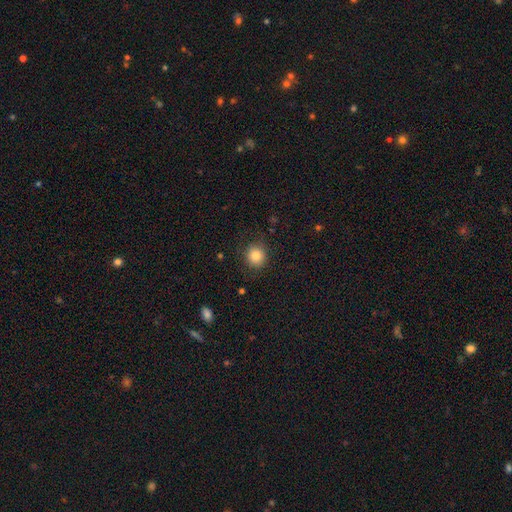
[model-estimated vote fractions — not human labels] A smooth galaxy with no disk features (83%) that is round (88%).

Vote fractions:
- Smooth or featured? smooth: 83% / star or artifact: 10% / featured or disk: 6%
- How rounded? round: 88% / in between: 11% / cigar-shaped: 1%
- Merging? none: 86% / minor disturbance: 10% / major disturbance: 3% / merger: 1%